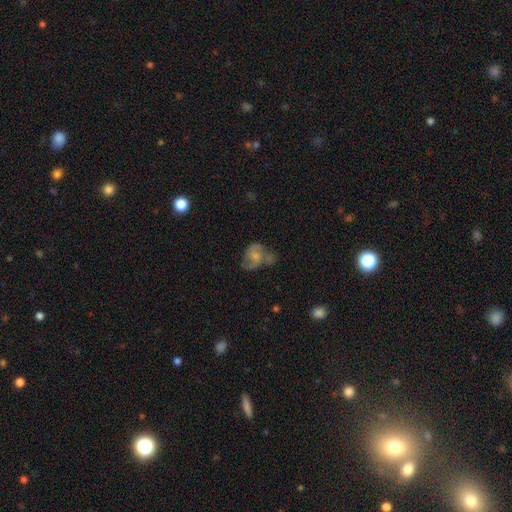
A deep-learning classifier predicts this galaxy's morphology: smooth-or-featured: featured or disk: 51% | smooth: 40% | star or artifact: 9%
  disk-edge-on: no: 97% | yes: 3%
  merging: none: 31% | merger: 28% | minor disturbance: 22% | major disturbance: 19%